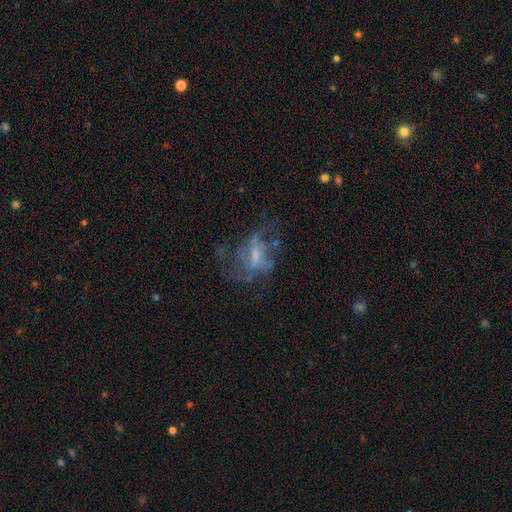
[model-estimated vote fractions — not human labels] Smooth or featured? featured or disk (60%)
Edge-on disk? no (95%)
Bar? no (47%)
Spiral arms? no (58%)
Bulge size? small (42%)
Merging? major disturbance (40%)